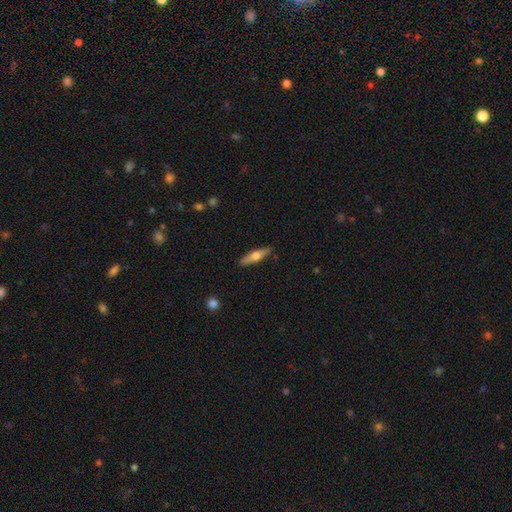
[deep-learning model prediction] Smooth or featured: featured or disk — 51% (smooth — 43%)
Edge-on disk: yes — 93% (no — 7%)
Merging: none — 89% (minor disturbance — 8%)